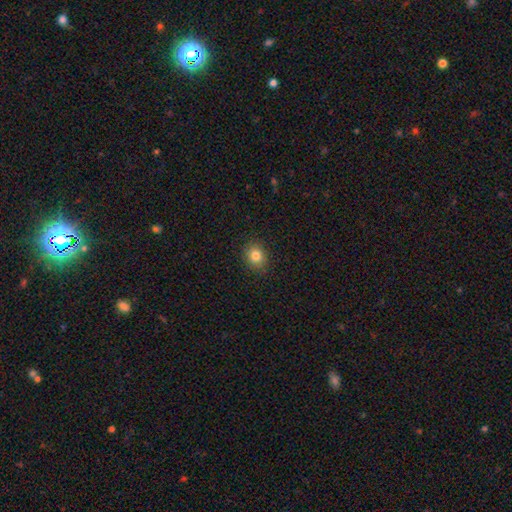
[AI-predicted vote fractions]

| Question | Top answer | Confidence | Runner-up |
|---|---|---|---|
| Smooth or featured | smooth | 83% | star or artifact (11%) |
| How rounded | round | 65% | in between (34%) |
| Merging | none | 89% | minor disturbance (8%) |